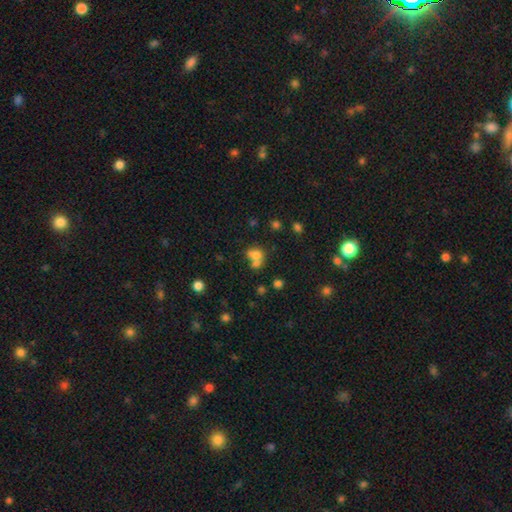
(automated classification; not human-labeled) smooth 68%, star or artifact 17%, featured or disk 16%. Down the decision tree: how rounded — round (57%); merging — merger (52%).